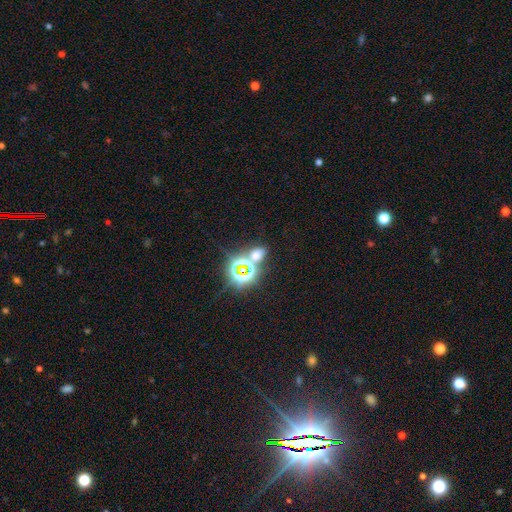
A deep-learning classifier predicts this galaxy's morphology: Smooth or featured?
  - star or artifact: 47% *
  - smooth: 44%
  - featured or disk: 9%